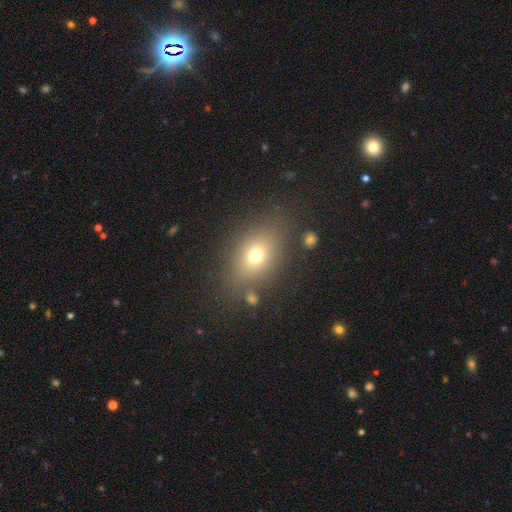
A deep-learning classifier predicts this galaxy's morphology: This is likely a smooth galaxy (69%). How rounded: likely in between (69%). Merging: likely none (78%).